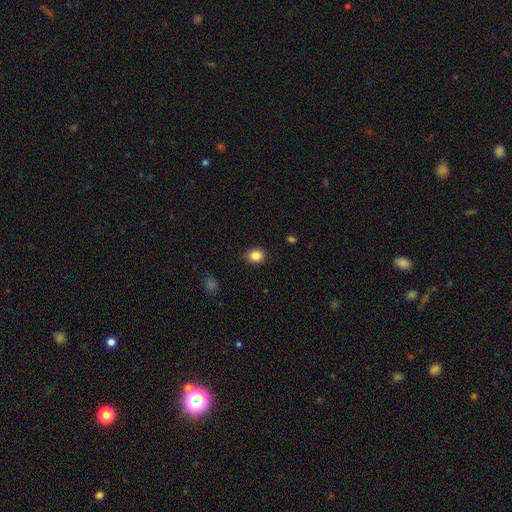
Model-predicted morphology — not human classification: Smooth or featured?
  - smooth: 86% *
  - star or artifact: 10%
  - featured or disk: 5%
How rounded?
  - round: 58% *
  - in between: 42%
  - cigar-shaped: 1%
Merging?
  - none: 89% *
  - minor disturbance: 8%
  - major disturbance: 2%
  - merger: 1%